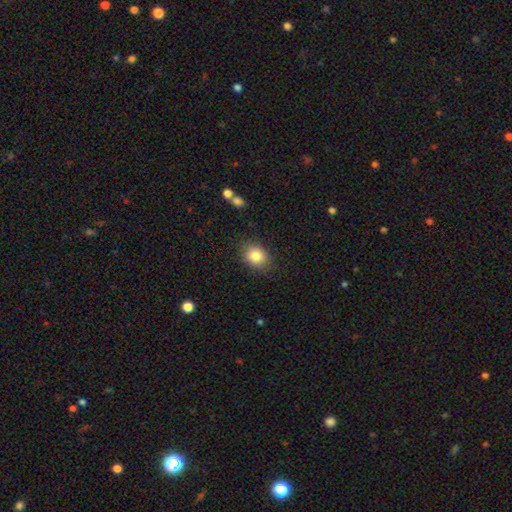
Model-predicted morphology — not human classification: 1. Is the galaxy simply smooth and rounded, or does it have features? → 82% smooth, 9% star or artifact, 9% featured or disk.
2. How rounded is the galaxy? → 50% round, 49% in between, 1% cigar-shaped.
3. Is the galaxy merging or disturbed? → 83% none, 13% minor disturbance, 3% major disturbance, 2% merger.